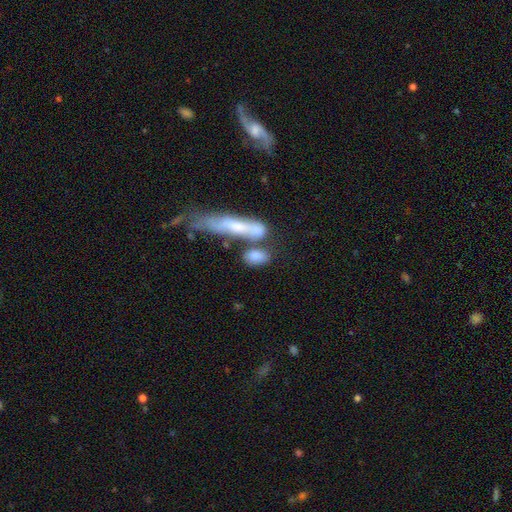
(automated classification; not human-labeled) A smooth galaxy with no disk features (78%) that is in between round and cigar-shaped (70%).

Vote fractions:
- Smooth or featured? smooth: 78% / featured or disk: 15% / star or artifact: 7%
- How rounded? in between: 70% / cigar-shaped: 18% / round: 11%
- Merging? none: 48% / merger: 29% / minor disturbance: 15% / major disturbance: 7%